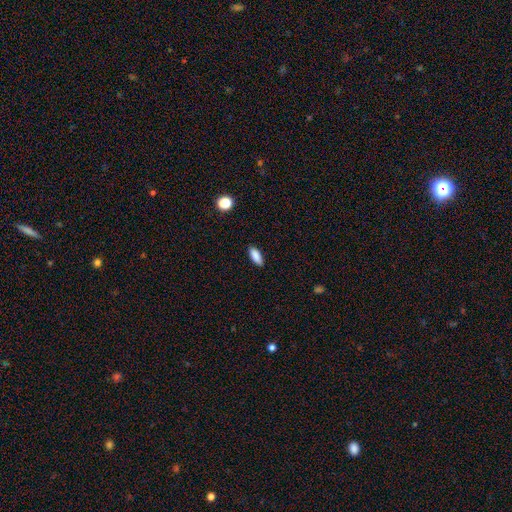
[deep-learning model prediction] Overall: smooth (87%). How rounded: in between (75%). Merging: none (86%).